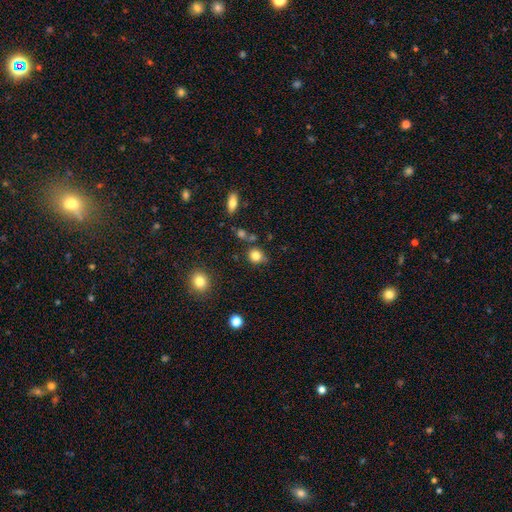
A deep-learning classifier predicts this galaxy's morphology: smooth 82%, star or artifact 11%, featured or disk 7%. Down the decision tree: how rounded — round (79%); merging — none (70%).